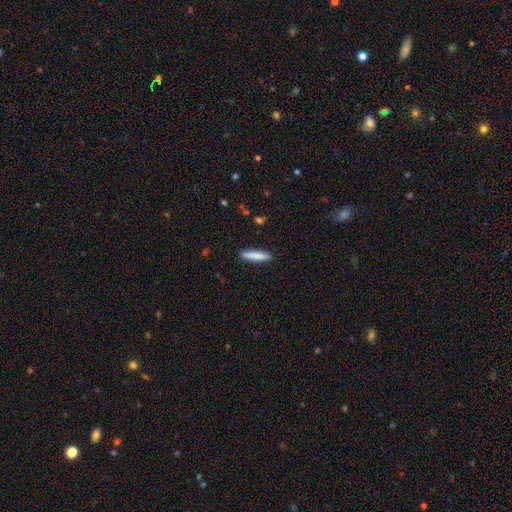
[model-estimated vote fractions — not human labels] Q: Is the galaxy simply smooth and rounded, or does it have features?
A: smooth — 84%.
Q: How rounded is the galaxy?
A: cigar-shaped — 87%.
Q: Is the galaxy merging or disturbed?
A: none — 90%.